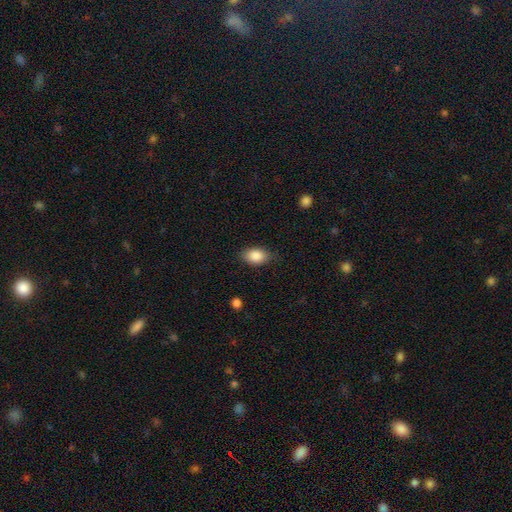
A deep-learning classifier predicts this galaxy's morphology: This is clearly a smooth galaxy (88%). How rounded: clearly in between (84%). Merging: likely none (79%).